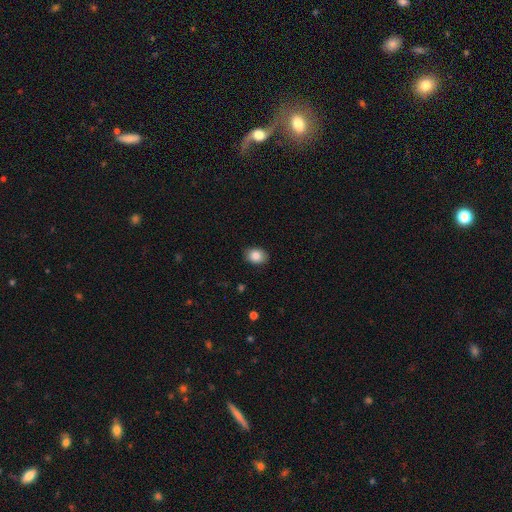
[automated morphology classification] smooth-or-featured: smooth: 86% | star or artifact: 8% | featured or disk: 6%
  how-rounded: in between: 68% | round: 31% | cigar-shaped: 1%
  merging: none: 87% | minor disturbance: 10% | major disturbance: 2% | merger: 1%